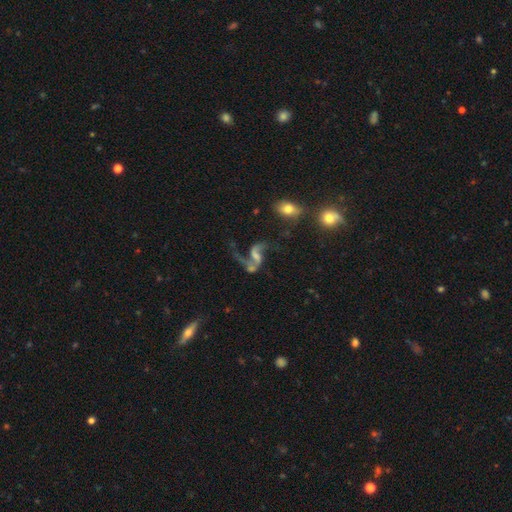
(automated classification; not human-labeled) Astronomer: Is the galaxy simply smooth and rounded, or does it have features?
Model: featured or disk — 81%.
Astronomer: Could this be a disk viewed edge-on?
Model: no — 97%.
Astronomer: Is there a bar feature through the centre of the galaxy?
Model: weak — 43% (runner-up: no, 33%).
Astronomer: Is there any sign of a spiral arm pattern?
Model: yes — 90%.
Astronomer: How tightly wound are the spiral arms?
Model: loose — 83%.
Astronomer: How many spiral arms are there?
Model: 2 — 83%.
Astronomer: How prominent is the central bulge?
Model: none — 42% (runner-up: small, 31%).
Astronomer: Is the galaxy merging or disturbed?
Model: none — 38% (runner-up: major disturbance, 26%).